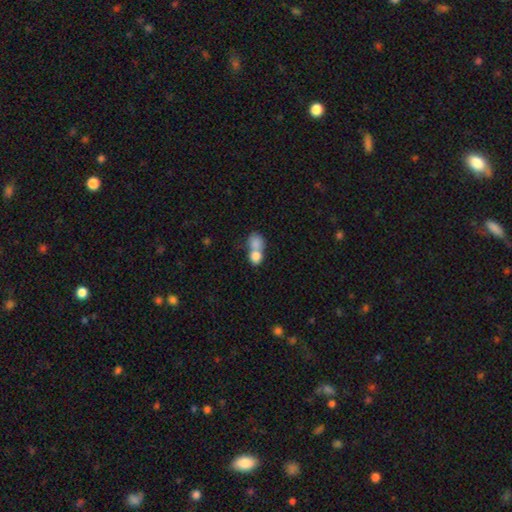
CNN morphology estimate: smooth-or-featured: smooth: 81% | featured or disk: 10% | star or artifact: 8%
  how-rounded: round: 55% | in between: 44% | cigar-shaped: 2%
  merging: merger: 70% | none: 21% | minor disturbance: 5% | major disturbance: 3%